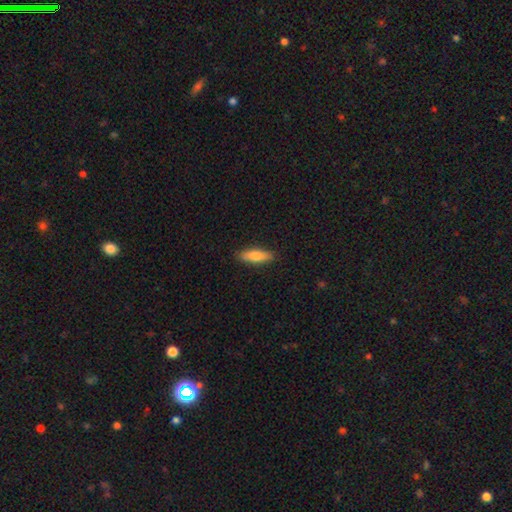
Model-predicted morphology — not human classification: Smooth or featured? smooth (74%)
How rounded? cigar-shaped (55%)
Merging? none (88%)